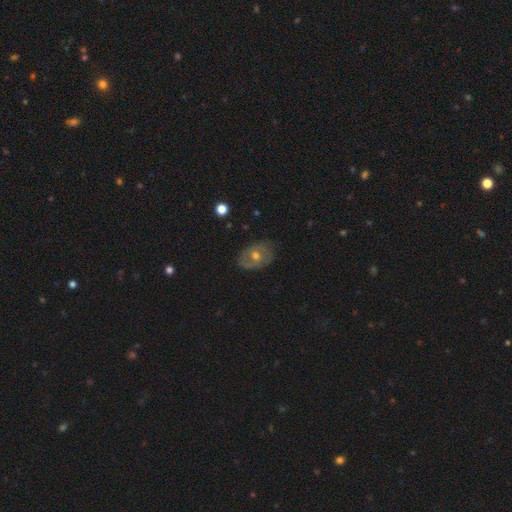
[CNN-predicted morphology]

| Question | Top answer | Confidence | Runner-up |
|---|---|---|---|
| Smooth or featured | featured or disk | 63% | smooth (28%) |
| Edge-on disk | no | 94% | yes (6%) |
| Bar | no | 75% | weak (20%) |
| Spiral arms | yes | 61% | no (39%) |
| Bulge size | moderate | 74% | small (21%) |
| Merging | none | 75% | minor disturbance (18%) |